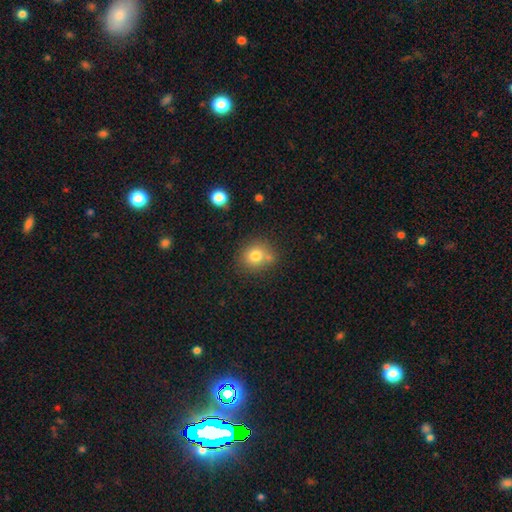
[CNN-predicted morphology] Q: Smooth or featured?
A: smooth (78%); runner-up: star or artifact (12%)
Q: How rounded?
A: round (76%); runner-up: in between (23%)
Q: Merging?
A: none (67%); runner-up: minor disturbance (15%)